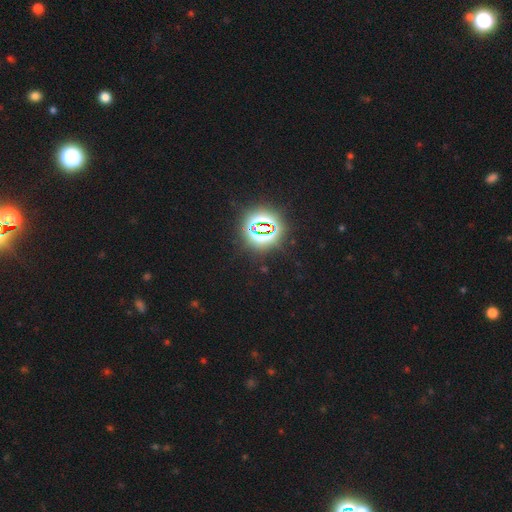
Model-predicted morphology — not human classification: smooth_or_featured: star or artifact (p=0.82) [alt: smooth p=0.13]